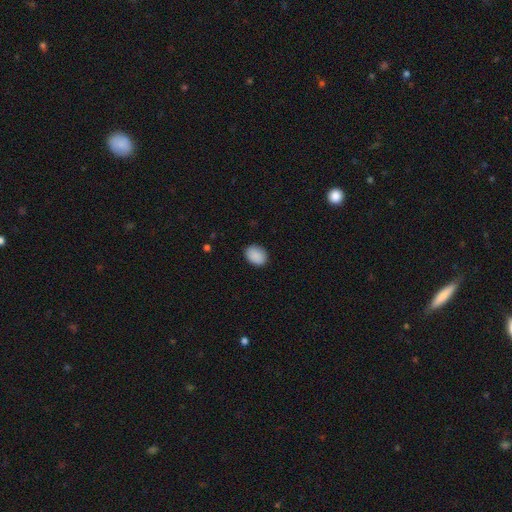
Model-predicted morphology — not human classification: This is clearly a smooth galaxy (90%). How rounded: likely in between (66%). Merging: clearly none (87%).